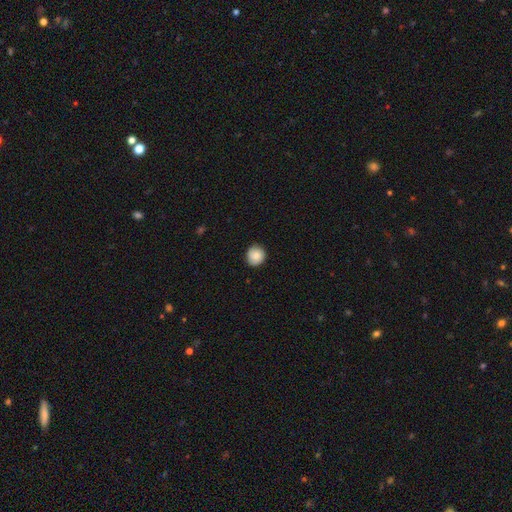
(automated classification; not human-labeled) A smooth galaxy with no disk features (83%) that is round (89%).

Vote fractions:
- Smooth or featured? smooth: 83% / featured or disk: 10% / star or artifact: 8%
- How rounded? round: 89% / in between: 10% / cigar-shaped: 1%
- Merging? none: 86% / minor disturbance: 11% / major disturbance: 2% / merger: 1%